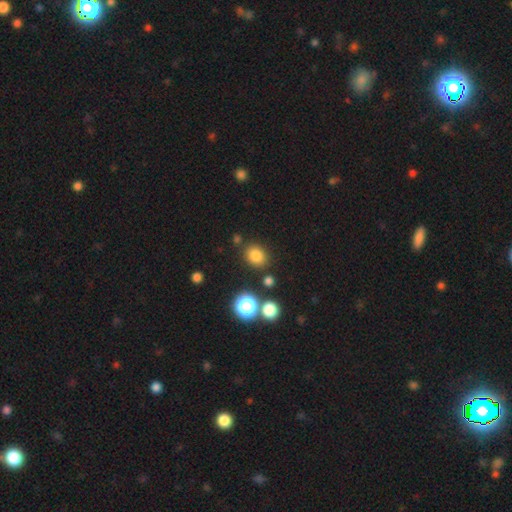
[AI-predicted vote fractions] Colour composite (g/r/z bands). It shows a smooth galaxy with no disk features (79%) that is round (55%). Merging: none (82%).